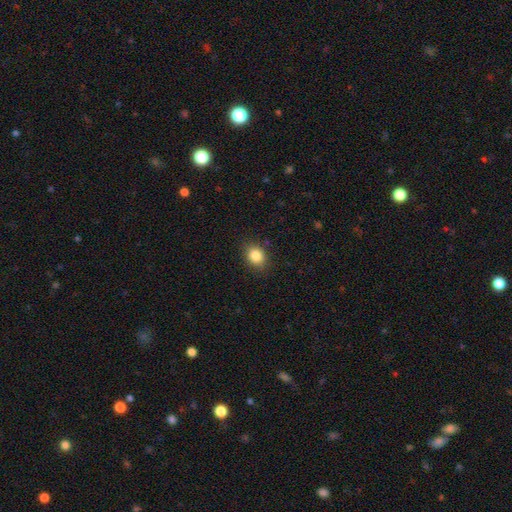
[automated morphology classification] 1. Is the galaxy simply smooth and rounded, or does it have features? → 86% smooth, 10% star or artifact, 5% featured or disk.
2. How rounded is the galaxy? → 54% round, 45% in between, 1% cigar-shaped.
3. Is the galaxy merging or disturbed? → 85% none, 11% minor disturbance, 3% major disturbance, 1% merger.